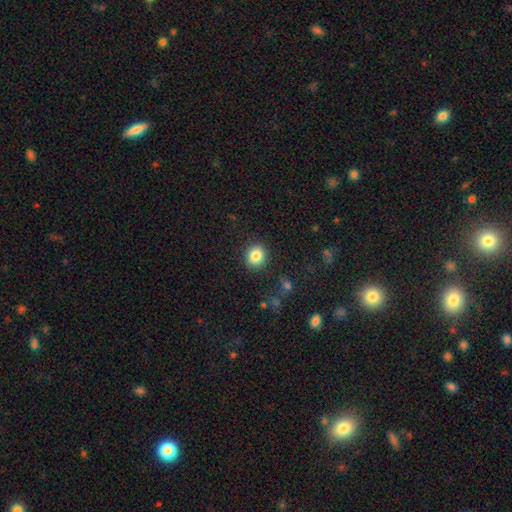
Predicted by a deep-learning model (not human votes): smooth-or-featured: smooth: 84% | star or artifact: 10% | featured or disk: 6%
  how-rounded: round: 82% | in between: 17% | cigar-shaped: 1%
  merging: none: 89% | minor disturbance: 7% | major disturbance: 3% | merger: 1%